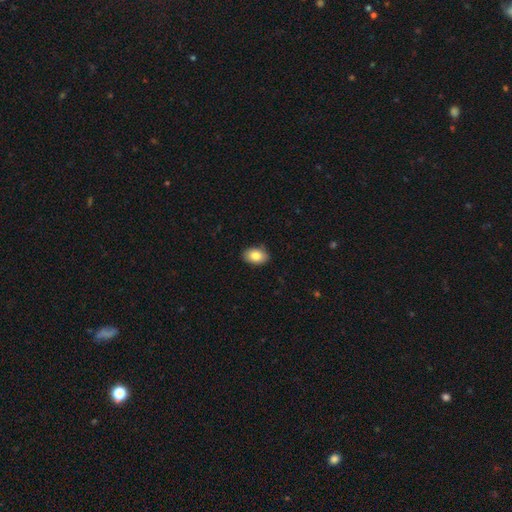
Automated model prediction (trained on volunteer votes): This is clearly a smooth galaxy (83%). How rounded: clearly in between (85%). Merging: clearly none (87%).